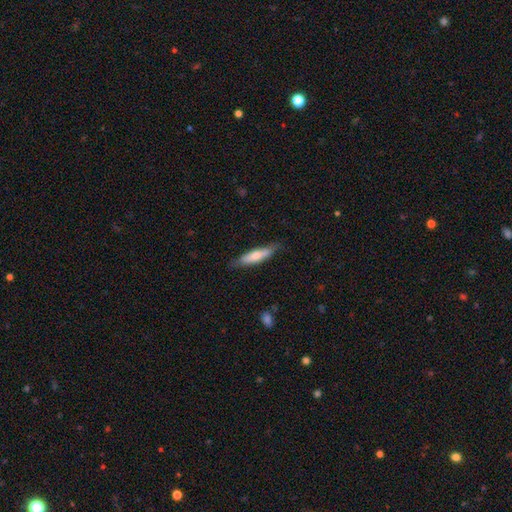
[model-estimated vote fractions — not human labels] Morphology: type=smooth (65%); roundness=cigar-shaped (74%); merging=none (80%).